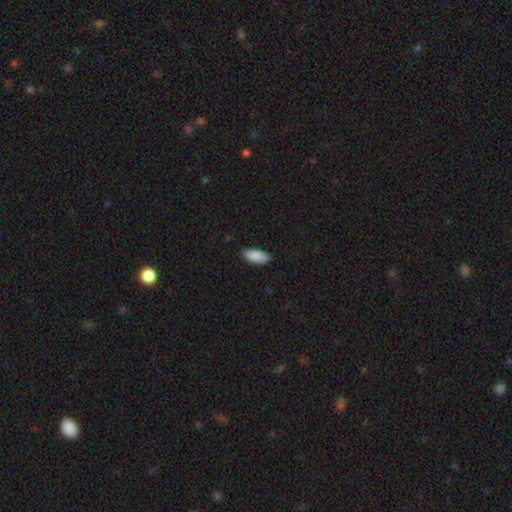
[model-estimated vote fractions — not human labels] Overall: smooth (90%). How rounded: in between (88%). Merging: none (86%).